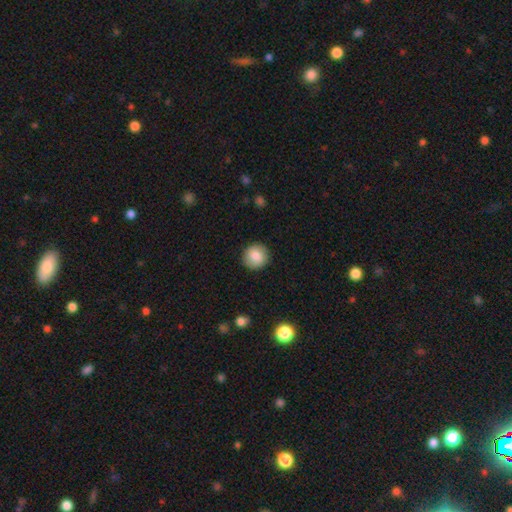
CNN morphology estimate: The model was most divided on "smooth or featured": smooth: 83%, featured or disk: 9%, star or artifact: 8%. More confident: how rounded — round (92%); merging — none (90%).